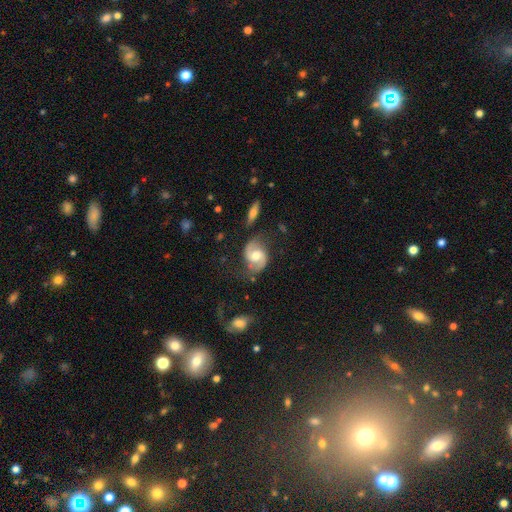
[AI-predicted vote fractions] Smooth or featured? Predicted: featured or disk (p=0.80). Edge-on disk? Predicted: no (p=0.97). Bar? Predicted: no (p=0.52). Spiral arms? Predicted: yes (p=0.94). Spiral winding? Predicted: medium (p=0.47). Spiral arm count? Predicted: 2 (p=0.92). Bulge size? Predicted: moderate (p=0.71). Merging? Predicted: none (p=0.70).